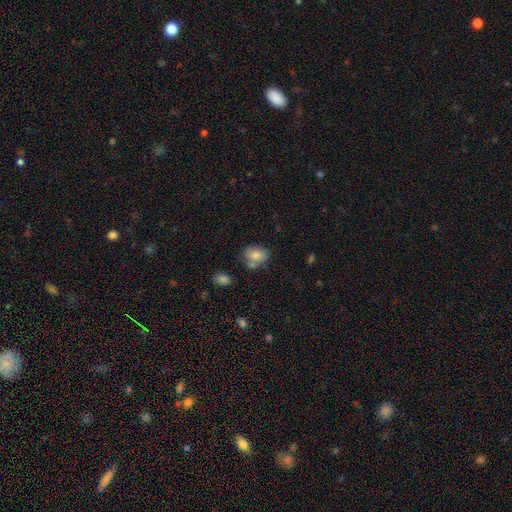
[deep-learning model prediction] smooth_or_featured: smooth (p=0.80) [alt: featured or disk p=0.11]
how_rounded: in between (p=0.65) [alt: round p=0.33]
merging: none (p=0.60) [alt: minor disturbance p=0.18]